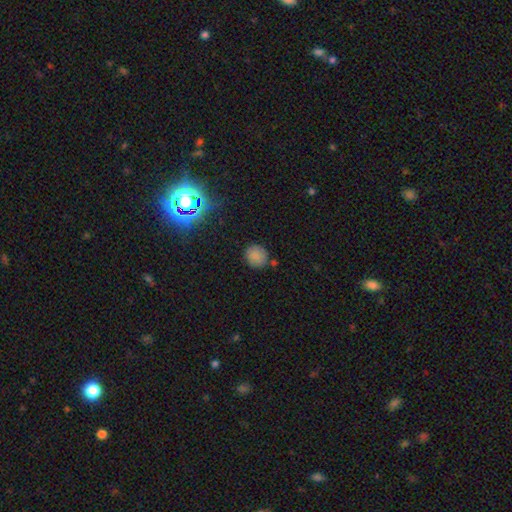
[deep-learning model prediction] Smooth or featured? smooth (81%)
How rounded? round (84%)
Merging? none (78%)